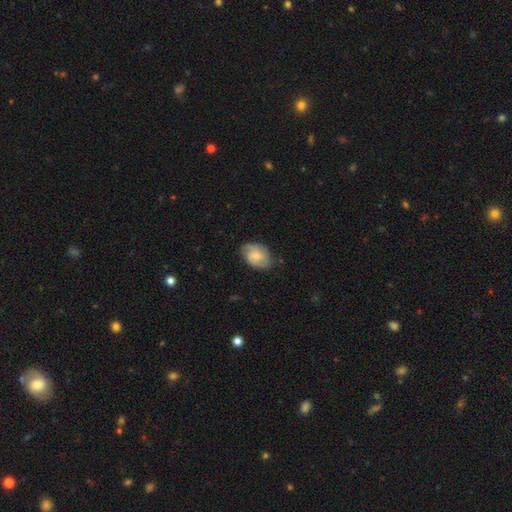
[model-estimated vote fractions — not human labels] Morphology: type=smooth (48%); merging=none (71%).